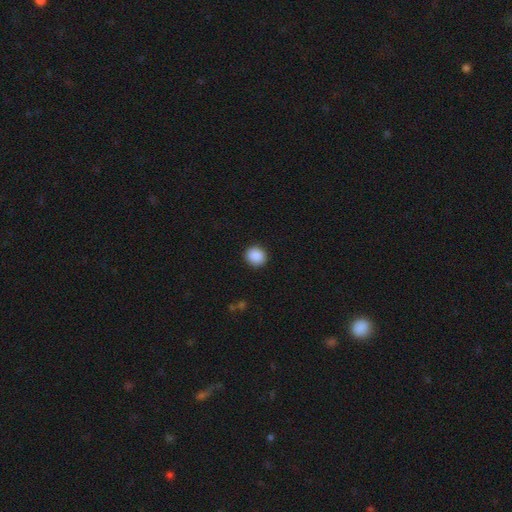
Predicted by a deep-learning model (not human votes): Q: Smooth or featured?
A: smooth (89%); runner-up: star or artifact (8%)
Q: How rounded?
A: round (83%); runner-up: in between (16%)
Q: Merging?
A: none (91%); runner-up: minor disturbance (6%)